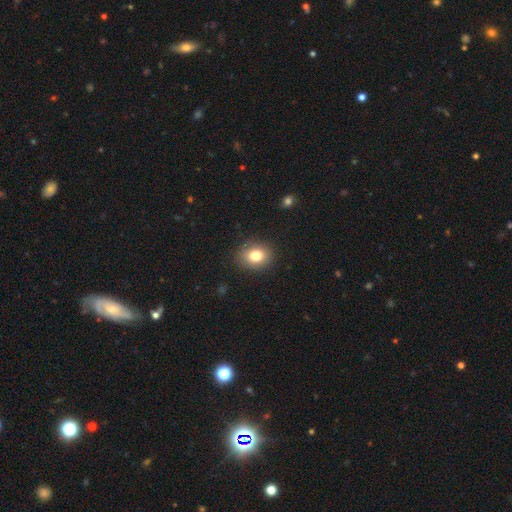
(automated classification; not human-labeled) Overall: smooth (80%). How rounded: round (56%; in between 43%). Merging: none (88%).